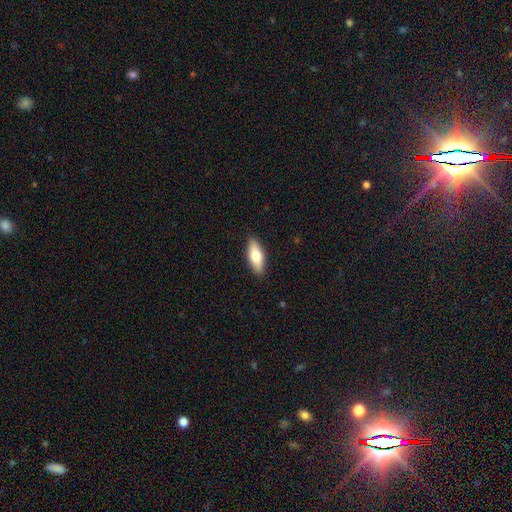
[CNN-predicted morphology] A smooth galaxy with no disk features (72%) that is in between round and cigar-shaped (73%).

Vote fractions:
- Smooth or featured? smooth: 72% / featured or disk: 22% / star or artifact: 6%
- How rounded? in between: 73% / cigar-shaped: 25% / round: 2%
- Merging? none: 89% / minor disturbance: 9% / major disturbance: 2% / merger: 1%